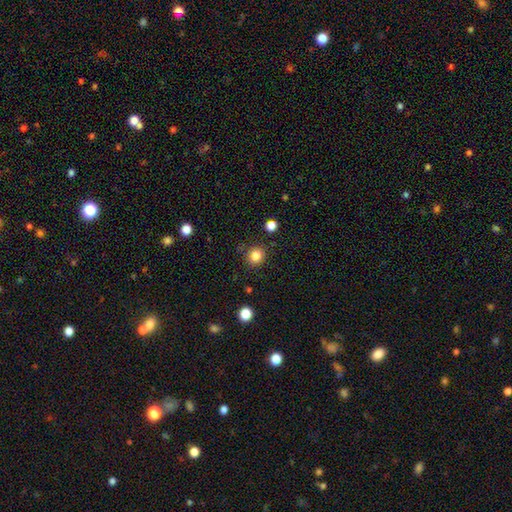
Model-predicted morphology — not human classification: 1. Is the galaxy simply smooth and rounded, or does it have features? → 83% smooth, 12% star or artifact, 5% featured or disk.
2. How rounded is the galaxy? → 87% round, 12% in between, 1% cigar-shaped.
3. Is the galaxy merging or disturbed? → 84% none, 10% minor disturbance, 3% major disturbance, 2% merger.